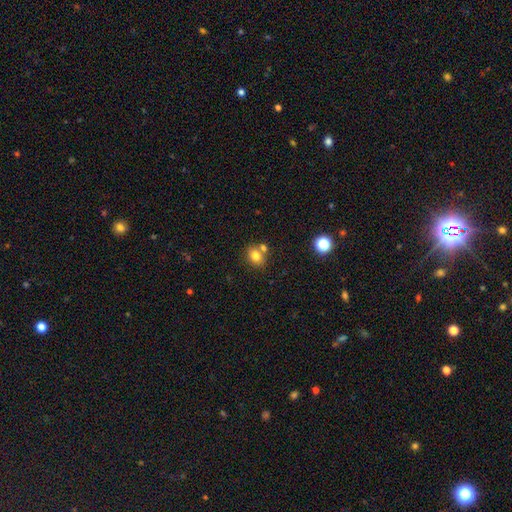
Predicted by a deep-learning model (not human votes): Smooth or featured? Predicted: smooth (p=0.77). How rounded? Predicted: round (p=0.55). Merging? Predicted: none (p=0.63).